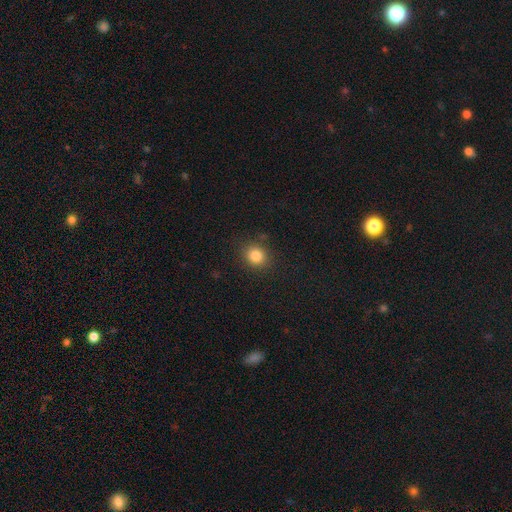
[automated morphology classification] Smooth or featured? smooth (84%)
How rounded? round (78%)
Merging? none (85%)